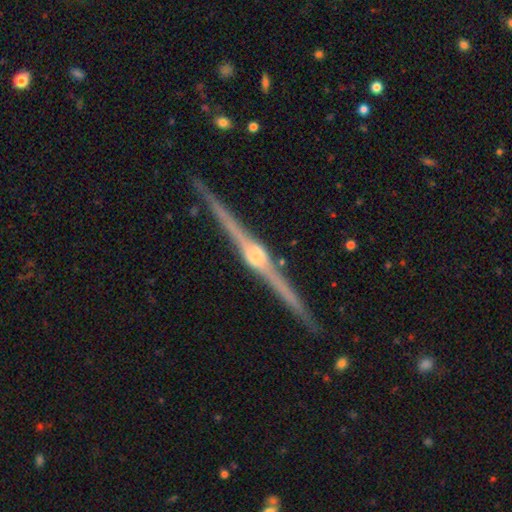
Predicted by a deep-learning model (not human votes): Smooth or featured?
  - featured or disk: 90% *
  - smooth: 5%
  - star or artifact: 5%
Edge-on disk?
  - yes: 98% *
  - no: 2%
Edge-on bulge?
  - rounded: 90% *
  - boxy: 7%
  - none: 3%
Merging?
  - none: 87% *
  - minor disturbance: 9%
  - major disturbance: 2%
  - merger: 2%